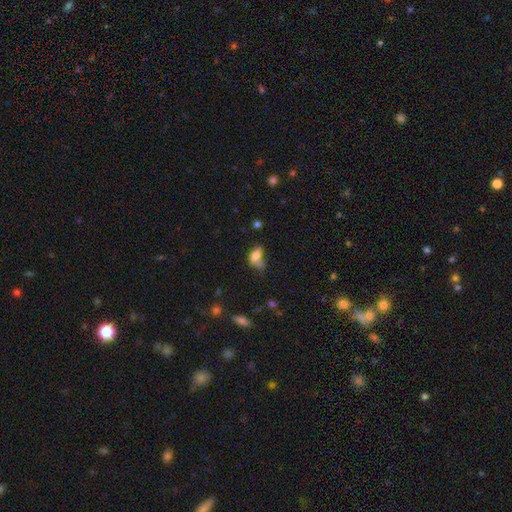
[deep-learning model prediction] smooth_or_featured: smooth (p=0.69) [alt: featured or disk p=0.20]
how_rounded: in between (p=0.79) [alt: cigar-shaped p=0.11]
merging: none (p=0.31) [alt: merger p=0.29]